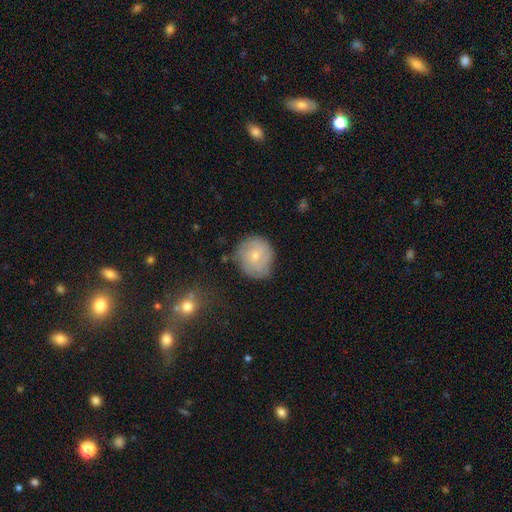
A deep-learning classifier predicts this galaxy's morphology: Smooth or featured?
  - featured or disk: 50% *
  - smooth: 41%
  - star or artifact: 8%
Edge-on disk?
  - no: 97% *
  - yes: 3%
Merging?
  - none: 70% *
  - minor disturbance: 21%
  - major disturbance: 7%
  - merger: 2%